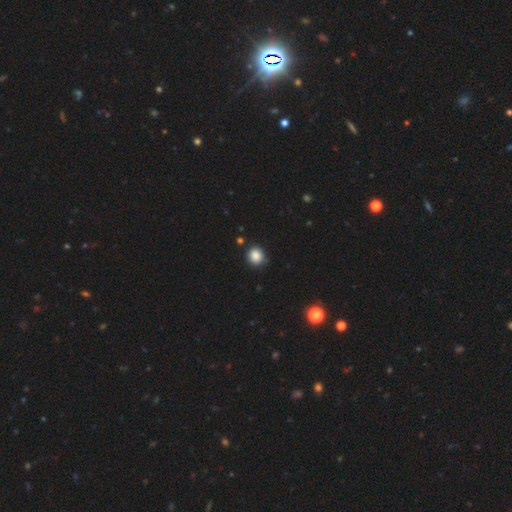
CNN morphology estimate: This is clearly a smooth galaxy (86%). How rounded: clearly round (82%). Merging: clearly none (86%).